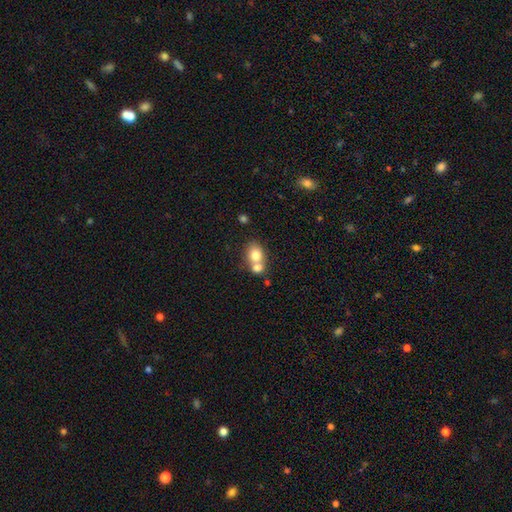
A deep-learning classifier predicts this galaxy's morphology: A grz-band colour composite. It shows a smooth galaxy with no disk features (77%) that is round (51%). Merging: merger (58%).